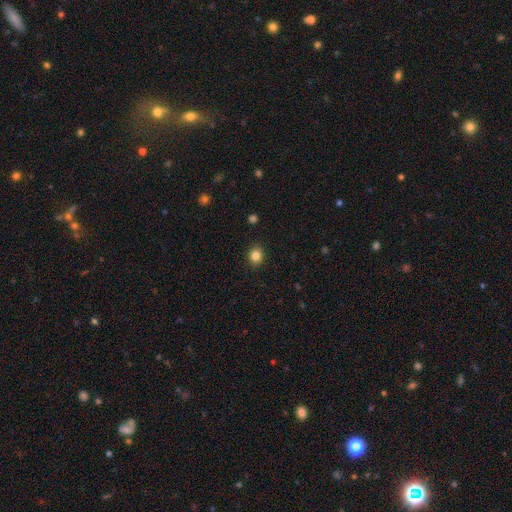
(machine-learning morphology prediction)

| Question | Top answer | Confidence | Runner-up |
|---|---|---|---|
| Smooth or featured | smooth | 84% | star or artifact (11%) |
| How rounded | round | 72% | in between (27%) |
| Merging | none | 91% | minor disturbance (6%) |